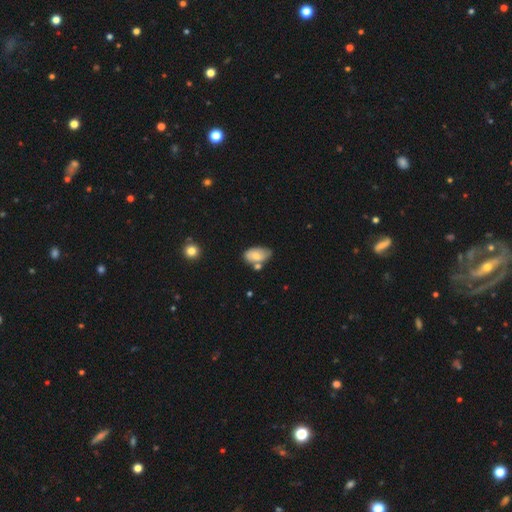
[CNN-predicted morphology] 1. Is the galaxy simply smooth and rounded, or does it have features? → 71% smooth, 22% featured or disk, 7% star or artifact.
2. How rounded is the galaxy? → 93% in between, 5% round, 2% cigar-shaped.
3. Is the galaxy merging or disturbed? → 48% none, 26% minor disturbance, 20% merger, 6% major disturbance.